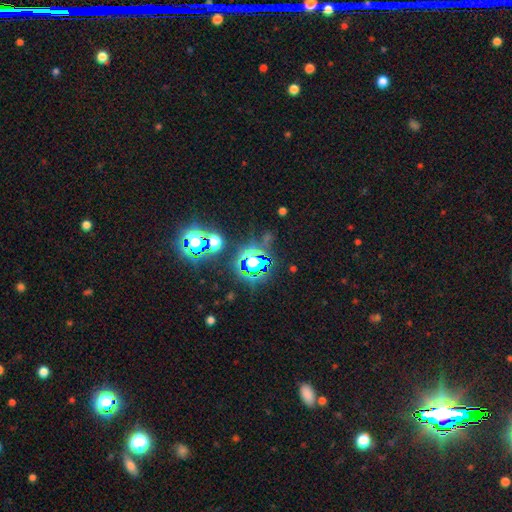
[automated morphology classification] Overall: star or artifact (82%).